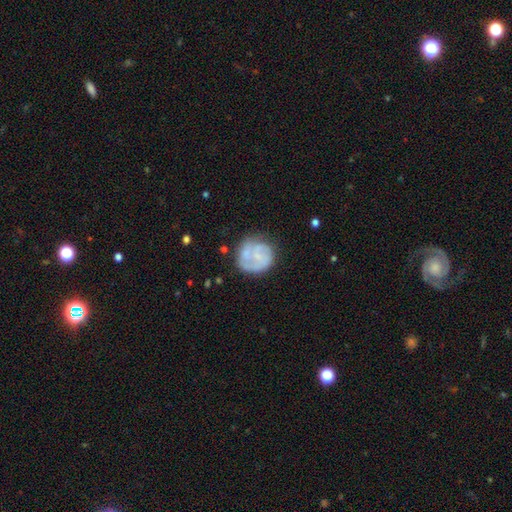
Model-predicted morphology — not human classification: This is possibly a featured or disk galaxy (49%). Merging: likely none (62%).